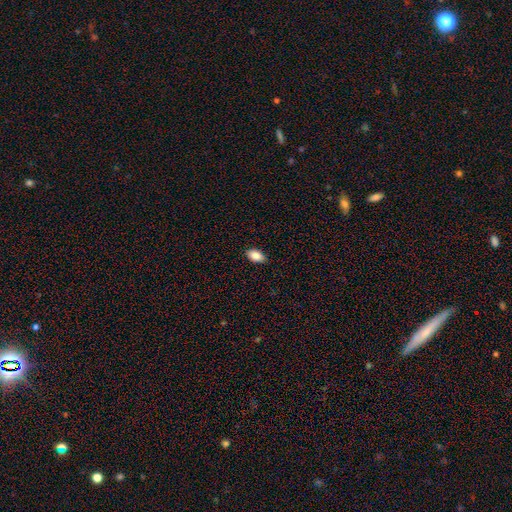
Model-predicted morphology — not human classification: smooth 86%, star or artifact 8%, featured or disk 6%. Down the decision tree: how rounded — in between (92%); merging — none (87%).